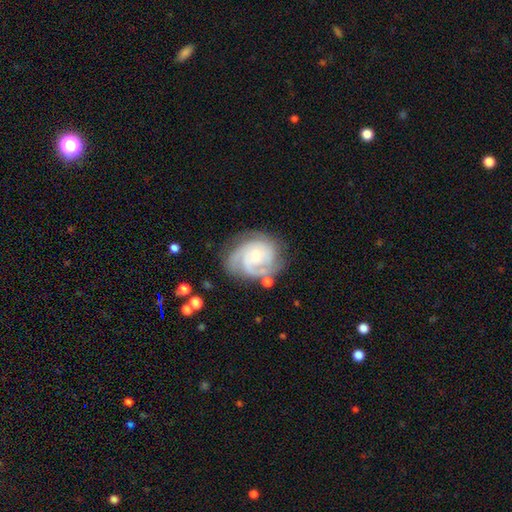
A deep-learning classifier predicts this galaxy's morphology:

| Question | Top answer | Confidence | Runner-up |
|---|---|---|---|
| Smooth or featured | featured or disk | 83% | smooth (12%) |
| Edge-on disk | no | 98% | yes (2%) |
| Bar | no | 72% | weak (24%) |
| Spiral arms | yes | 96% | no (4%) |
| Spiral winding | tight | 63% | medium (30%) |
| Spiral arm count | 3 | 38% | 2 (25%) |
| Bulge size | small | 55% | moderate (40%) |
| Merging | none | 66% | minor disturbance (20%) |